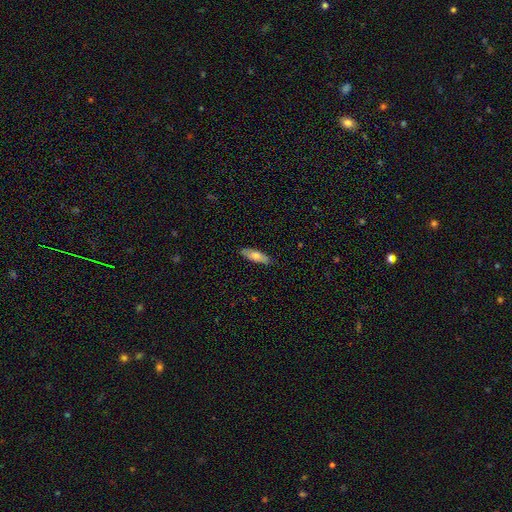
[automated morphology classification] smooth-or-featured: smooth: 69% | featured or disk: 25% | star or artifact: 6%
  how-rounded: in between: 54% | cigar-shaped: 44% | round: 2%
  merging: none: 85% | minor disturbance: 12% | major disturbance: 2% | merger: 1%